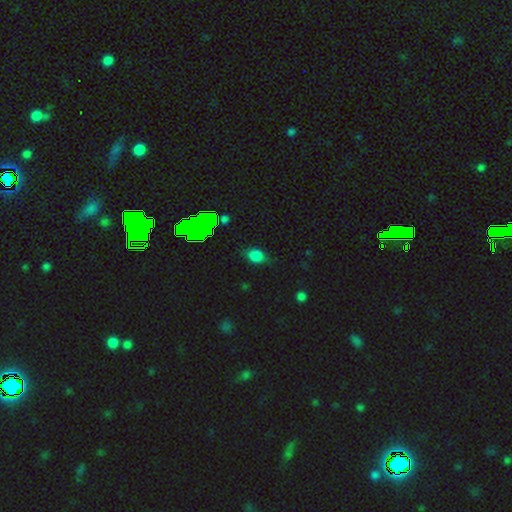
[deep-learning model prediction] smooth-or-featured: smooth: 73% | star or artifact: 19% | featured or disk: 9%
  how-rounded: in between: 65% | round: 33% | cigar-shaped: 2%
  merging: none: 76% | minor disturbance: 17% | major disturbance: 4% | merger: 2%